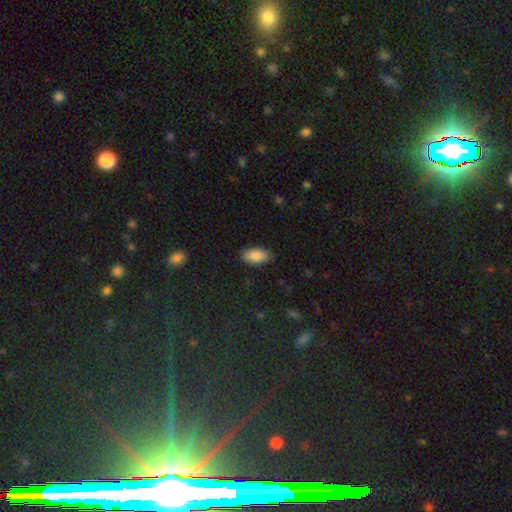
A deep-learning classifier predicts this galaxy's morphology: This appears to be a smooth galaxy with no disk features (88%) that is in between round and cigar-shaped (93%). Merging: none (86%).